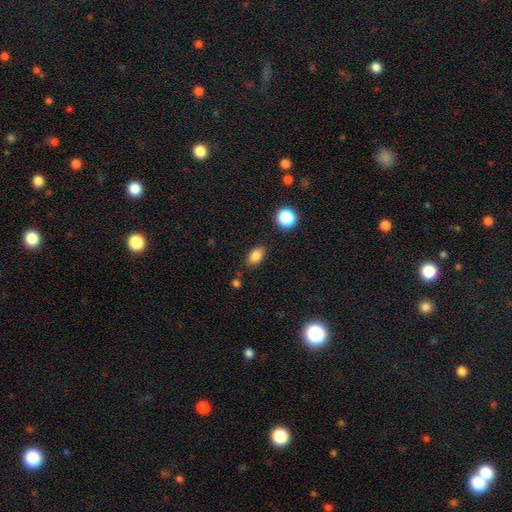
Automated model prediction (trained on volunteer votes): A smooth galaxy with no disk features (83%) that is in between round and cigar-shaped (86%).

Vote fractions:
- Smooth or featured? smooth: 83% / star or artifact: 10% / featured or disk: 7%
- How rounded? in between: 86% / round: 11% / cigar-shaped: 3%
- Merging? none: 82% / minor disturbance: 12% / major disturbance: 3% / merger: 3%